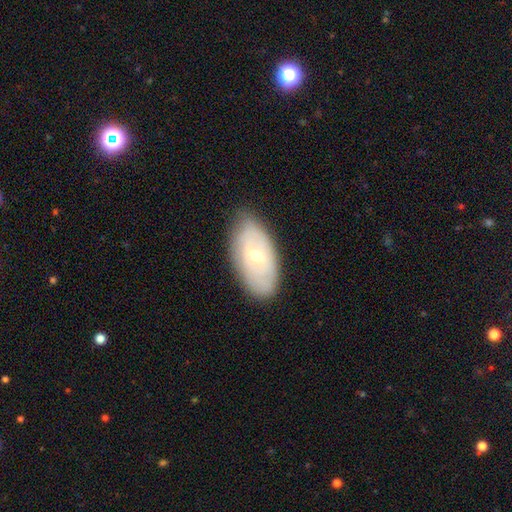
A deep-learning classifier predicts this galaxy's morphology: A featured or disk galaxy (54%).

Vote fractions:
- Smooth or featured? featured or disk: 54% / smooth: 40% / star or artifact: 7%
- Edge-on disk? no: 89% / yes: 11%
- Merging? none: 79% / minor disturbance: 16% / major disturbance: 3% / merger: 1%